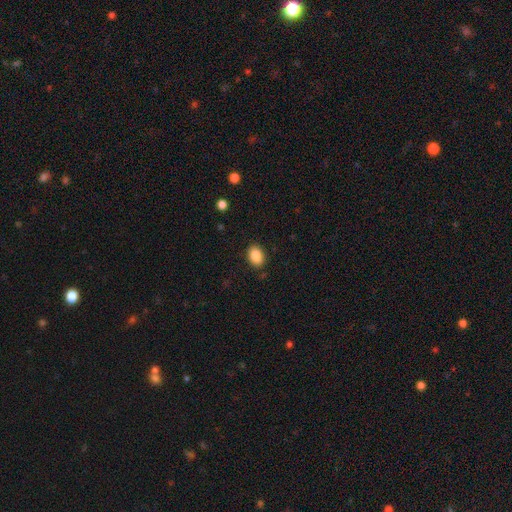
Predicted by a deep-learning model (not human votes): Smooth or featured: smooth — 88% (star or artifact — 8%)
How rounded: in between — 79% (round — 20%)
Merging: none — 87% (minor disturbance — 10%)